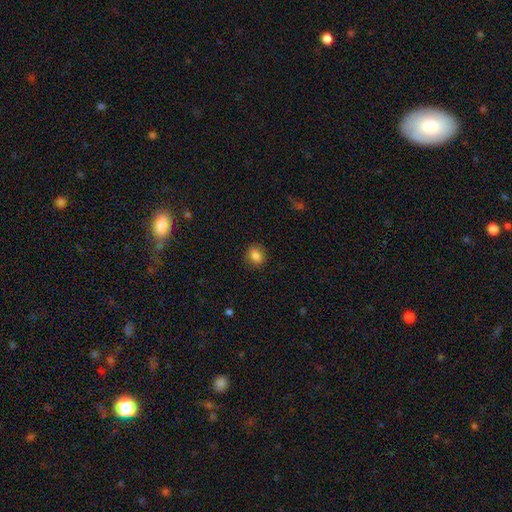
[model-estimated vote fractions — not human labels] Q: Smooth or featured?
A: smooth (83%); runner-up: star or artifact (10%)
Q: How rounded?
A: round (55%); runner-up: in between (43%)
Q: Merging?
A: none (87%); runner-up: minor disturbance (9%)